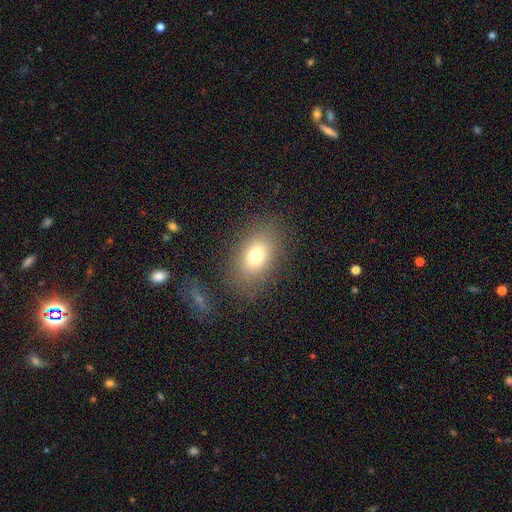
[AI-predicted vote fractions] Smooth or featured: smooth — 73% (featured or disk — 14%)
How rounded: in between — 78% (round — 20%)
Merging: none — 81% (minor disturbance — 11%)